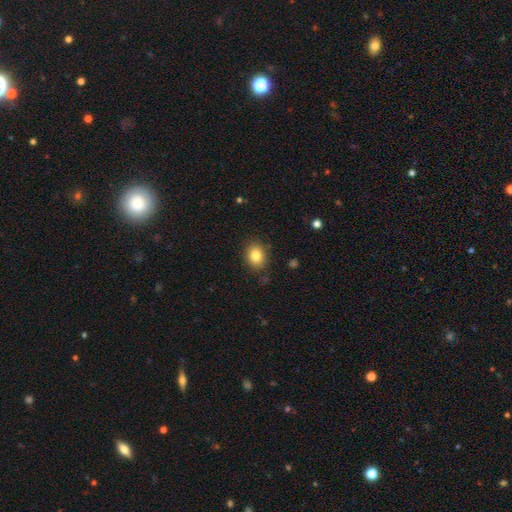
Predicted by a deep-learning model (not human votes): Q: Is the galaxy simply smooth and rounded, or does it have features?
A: smooth — 83%.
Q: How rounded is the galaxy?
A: in between — 55%.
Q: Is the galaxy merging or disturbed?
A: none — 85%.